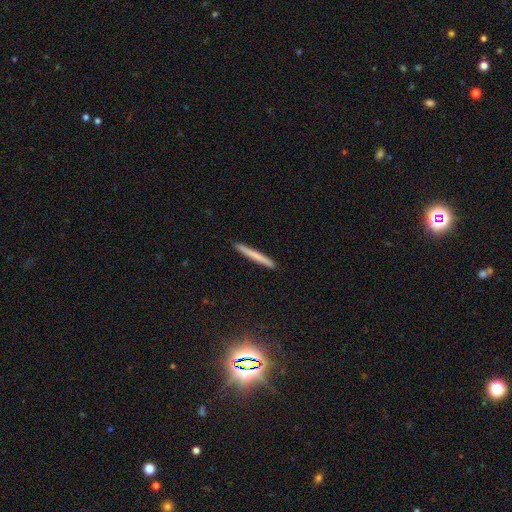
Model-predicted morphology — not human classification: smooth-or-featured: smooth: 67% | featured or disk: 26% | star or artifact: 7%
  how-rounded: cigar-shaped: 97% | in between: 2% | round: 1%
  merging: none: 92% | minor disturbance: 5% | major disturbance: 1% | merger: 1%